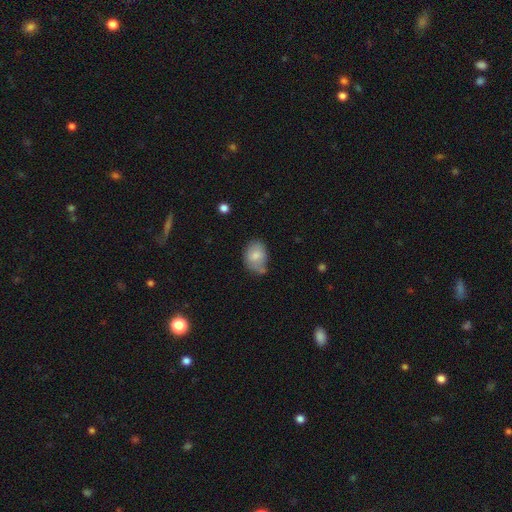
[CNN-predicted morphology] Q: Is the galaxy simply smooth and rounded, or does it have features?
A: smooth — 78%.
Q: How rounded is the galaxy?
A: in between — 73%.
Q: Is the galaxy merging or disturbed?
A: none — 47%.